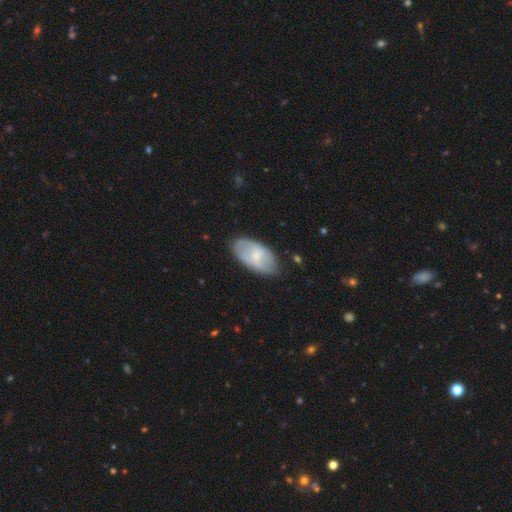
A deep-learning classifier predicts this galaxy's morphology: smooth-or-featured: smooth: 54% | featured or disk: 40% | star or artifact: 6%
  how-rounded: in between: 94% | round: 4% | cigar-shaped: 2%
  merging: none: 74% | minor disturbance: 20% | major disturbance: 4% | merger: 1%